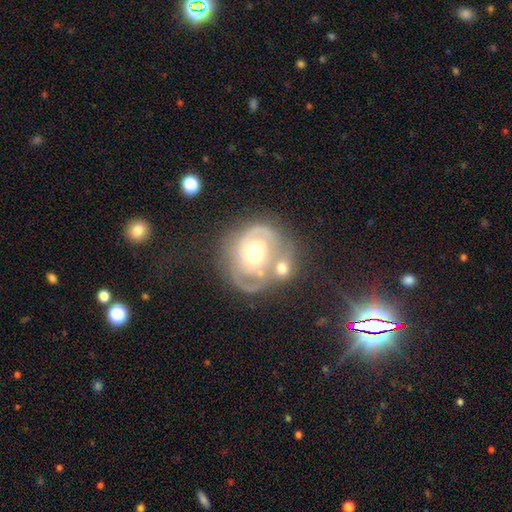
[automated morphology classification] A featured or disk galaxy (75%) with no bar (70%), 2 (43%) tight (55%) spiral arms (76%) and a moderate central bulge (68%). Merging: none (41%).